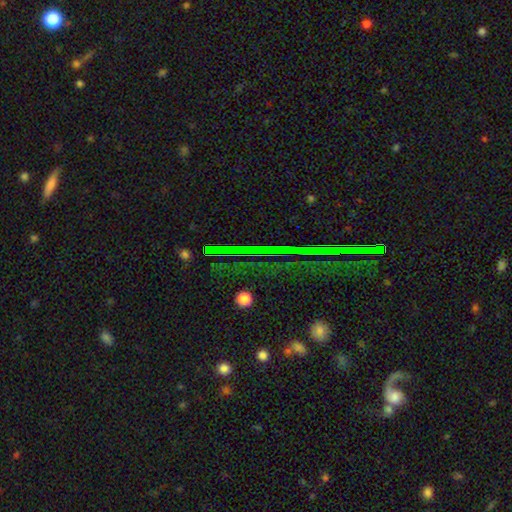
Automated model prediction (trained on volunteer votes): This appears to be a star or artifact, not a galaxy (72%).